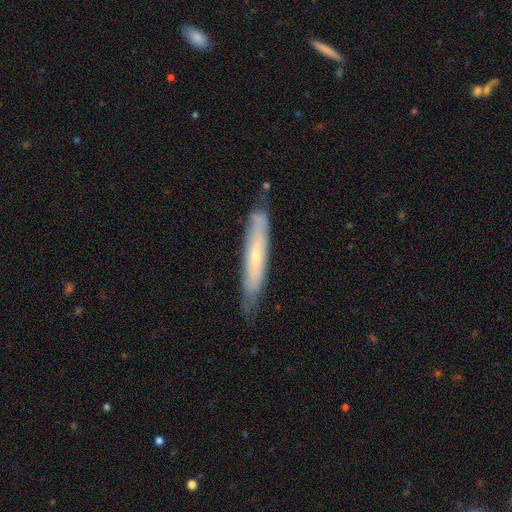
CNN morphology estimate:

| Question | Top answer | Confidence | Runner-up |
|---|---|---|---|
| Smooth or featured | featured or disk | 55% | smooth (39%) |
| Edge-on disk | yes | 64% | no (36%) |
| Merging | none | 72% | minor disturbance (22%) |